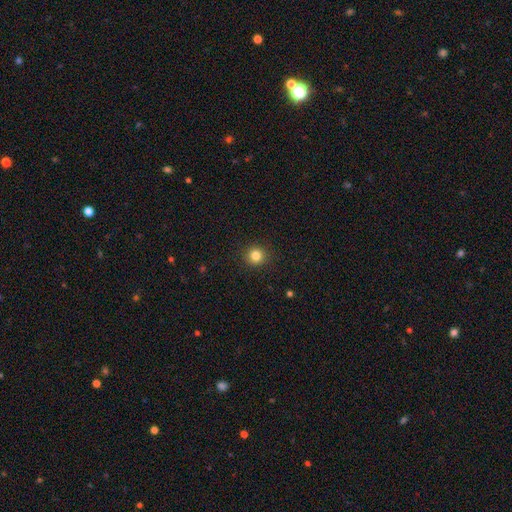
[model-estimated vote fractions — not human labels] Smooth or featured? smooth (83%)
How rounded? round (93%)
Merging? none (92%)